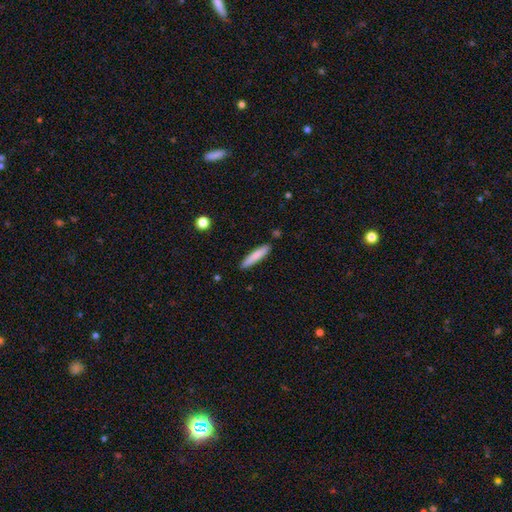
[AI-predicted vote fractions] Smooth or featured? Predicted: smooth (p=0.80). How rounded? Predicted: cigar-shaped (p=0.89). Merging? Predicted: none (p=0.87).